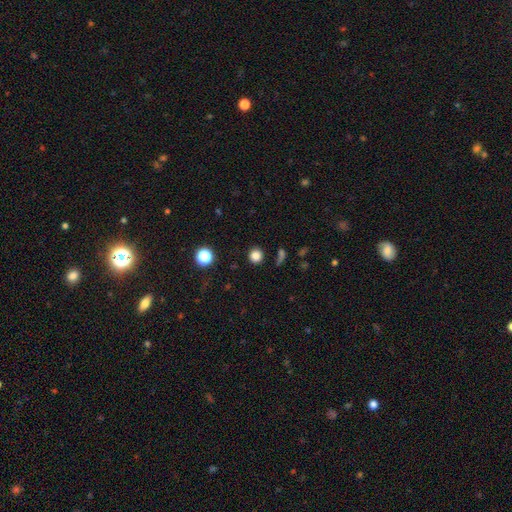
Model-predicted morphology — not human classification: smooth_or_featured: smooth (p=0.82) [alt: star or artifact p=0.13]
how_rounded: round (p=0.93) [alt: in between p=0.06]
merging: none (p=0.88) [alt: minor disturbance p=0.07]